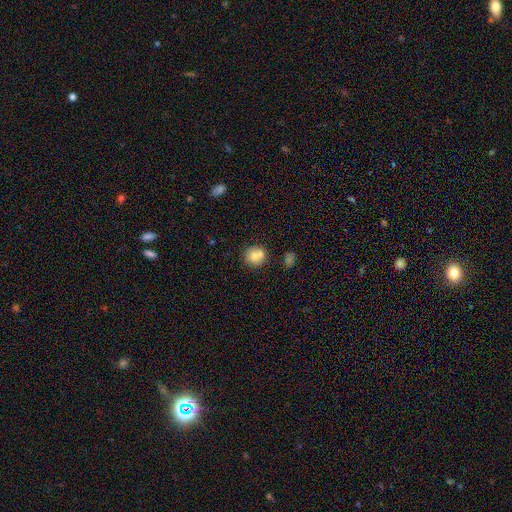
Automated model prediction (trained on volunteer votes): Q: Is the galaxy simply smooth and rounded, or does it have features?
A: smooth — 74%.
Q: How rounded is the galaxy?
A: round — 87%.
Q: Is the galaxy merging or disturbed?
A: none — 55%.